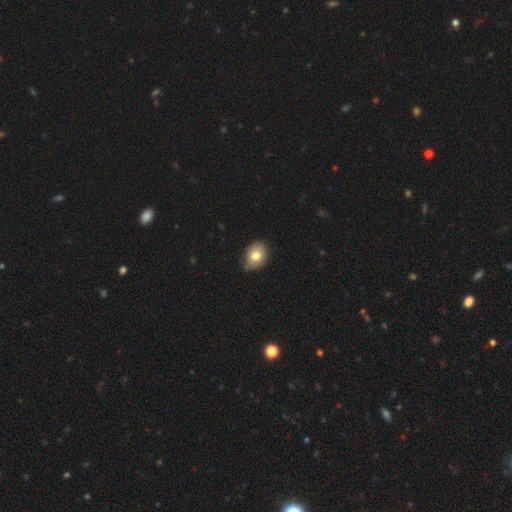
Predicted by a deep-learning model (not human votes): The model was most divided on "how rounded": in between: 58%, round: 41%, cigar-shaped: 1%. More confident: smooth or featured — smooth (77%); merging — none (75%).